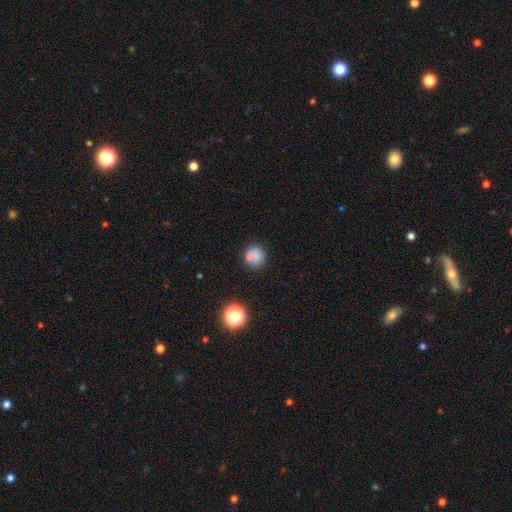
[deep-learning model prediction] Smooth or featured: smooth — 72% (featured or disk — 15%)
How rounded: round — 85% (in between — 14%)
Merging: none — 67% (merger — 14%)